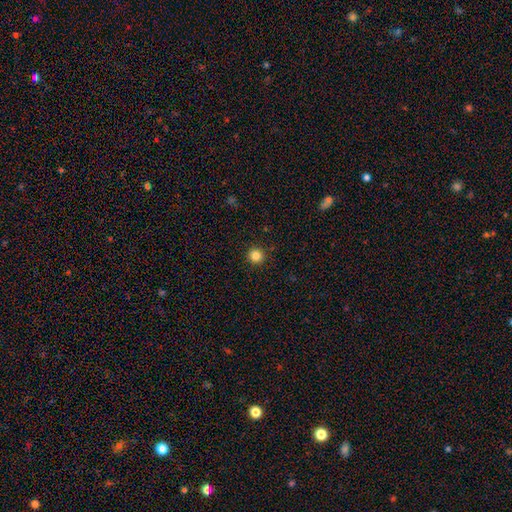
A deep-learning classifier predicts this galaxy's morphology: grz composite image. It shows a smooth galaxy with no disk features (84%) that is round (96%). Merging: none (93%).